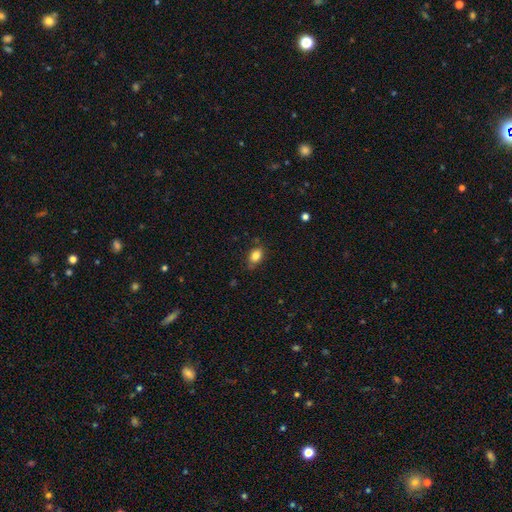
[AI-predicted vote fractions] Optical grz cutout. It shows a smooth galaxy with no disk features (83%) that is in between round and cigar-shaped (69%). Merging: none (75%).